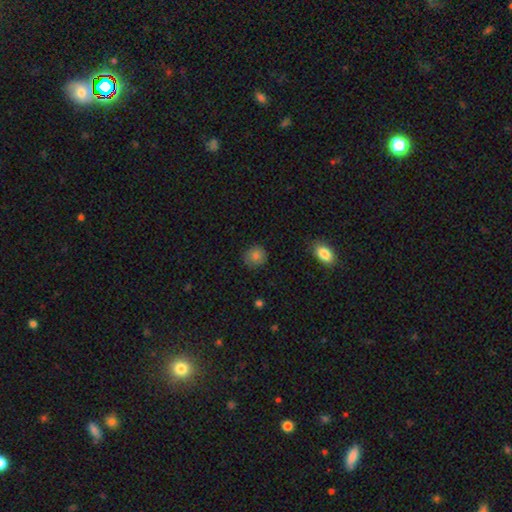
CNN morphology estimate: type=smooth (83%); roundness=round (85%); merging=none (83%).